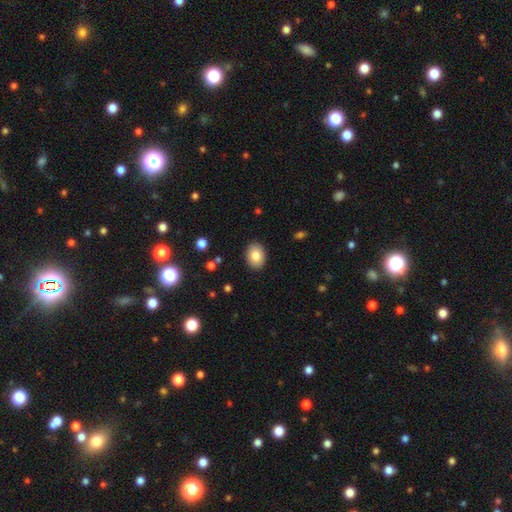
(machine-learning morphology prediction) The model was most divided on "how rounded": in between: 73%, round: 26%, cigar-shaped: 1%. More confident: merging — none (89%); smooth or featured — smooth (83%).